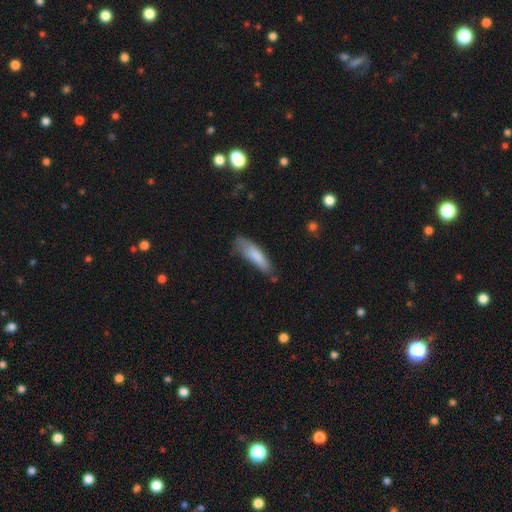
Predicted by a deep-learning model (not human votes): This is clearly a smooth galaxy (80%). How rounded: likely cigar-shaped (64%). Merging: possibly none (58%).